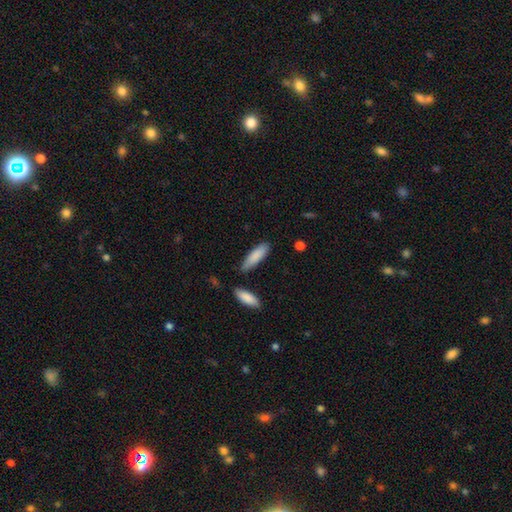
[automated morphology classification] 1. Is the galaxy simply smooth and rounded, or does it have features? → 86% smooth, 8% featured or disk, 6% star or artifact.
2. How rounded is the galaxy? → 55% cigar-shaped, 43% in between, 1% round.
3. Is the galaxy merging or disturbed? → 78% none, 15% minor disturbance, 5% merger, 3% major disturbance.